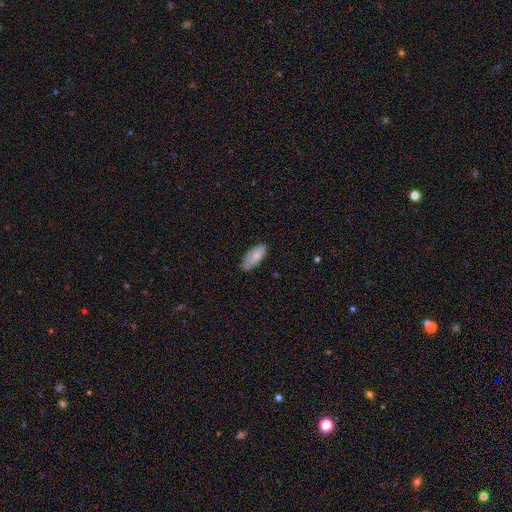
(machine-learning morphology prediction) smooth_or_featured: smooth (p=0.78) [alt: featured or disk p=0.16]
how_rounded: in between (p=0.81) [alt: cigar-shaped p=0.17]
merging: none (p=0.70) [alt: minor disturbance p=0.24]